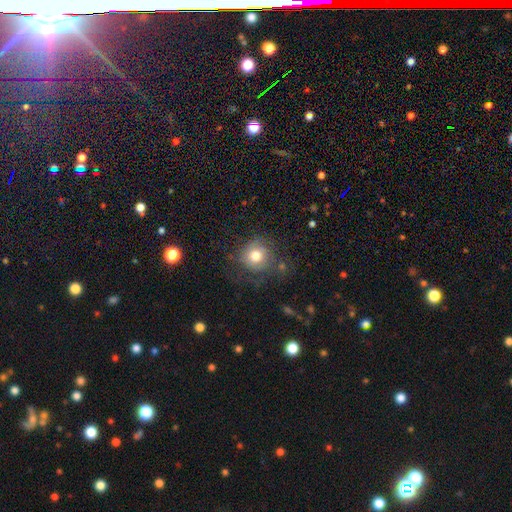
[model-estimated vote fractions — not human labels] smooth-or-featured: smooth: 66% | featured or disk: 23% | star or artifact: 11%
  how-rounded: round: 88% | in between: 11% | cigar-shaped: 1%
  merging: none: 63% | minor disturbance: 20% | major disturbance: 14% | merger: 3%